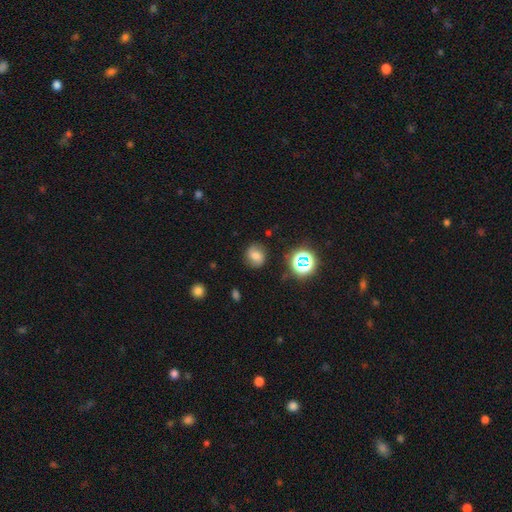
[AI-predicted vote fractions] Smooth or featured? smooth (59%)
How rounded? round (74%)
Merging? none (81%)